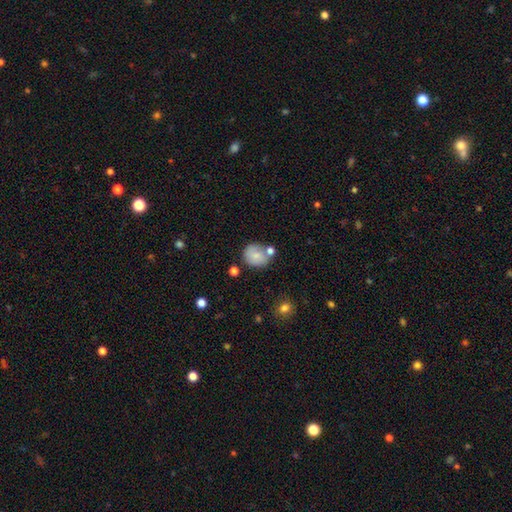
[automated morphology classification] Smooth or featured? smooth (74%)
How rounded? round (71%)
Merging? none (57%)